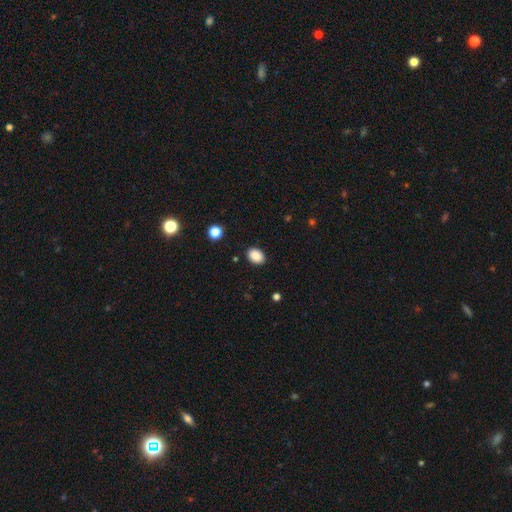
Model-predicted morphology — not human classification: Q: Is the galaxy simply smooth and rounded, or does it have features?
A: smooth — 87%.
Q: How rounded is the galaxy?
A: in between — 75%.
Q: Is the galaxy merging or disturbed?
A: none — 89%.